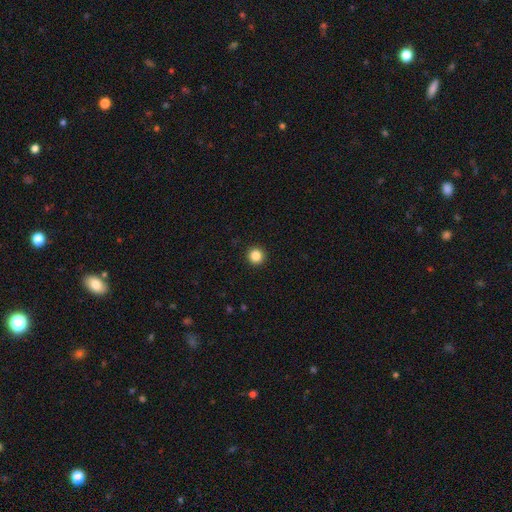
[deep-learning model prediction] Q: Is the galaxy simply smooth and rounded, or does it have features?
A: smooth — 86%.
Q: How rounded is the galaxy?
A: round — 96%.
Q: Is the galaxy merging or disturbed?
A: none — 94%.